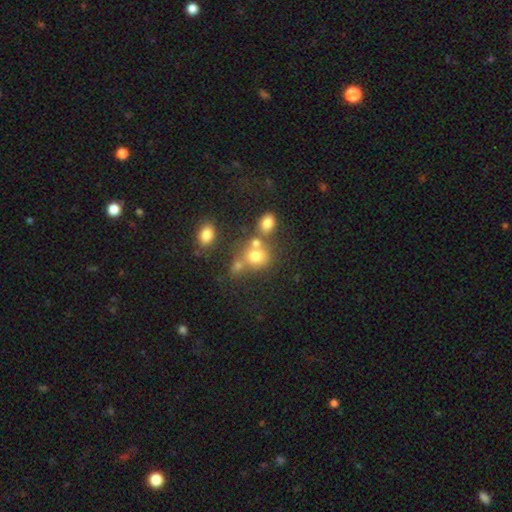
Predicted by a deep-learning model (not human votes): Smooth or featured? smooth (70%)
How rounded? round (70%)
Merging? none (44%)